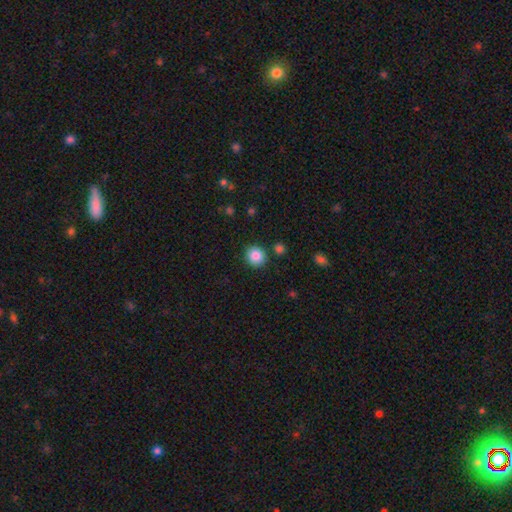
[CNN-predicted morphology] A smooth galaxy with no disk features (87%) that is round (91%). Merging: none (88%).